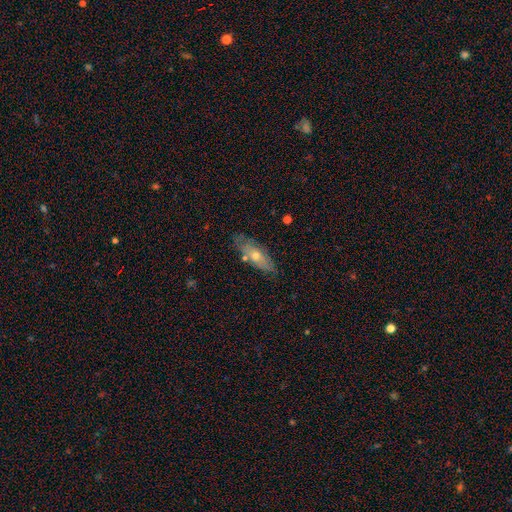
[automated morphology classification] Overall: featured or disk (46%, tied with smooth). Merging: none (75%).